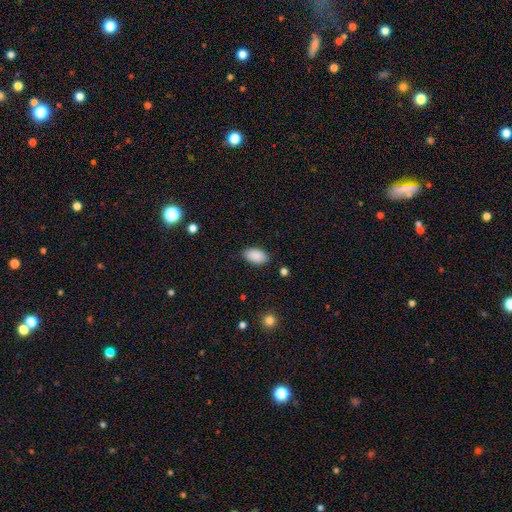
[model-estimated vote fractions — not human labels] Smooth or featured? Predicted: smooth (p=0.89). How rounded? Predicted: in between (p=0.94). Merging? Predicted: none (p=0.86).